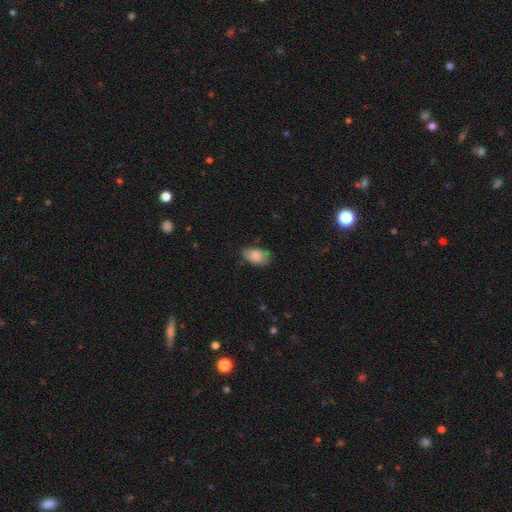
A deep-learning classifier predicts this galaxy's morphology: smooth-or-featured: smooth: 85% | featured or disk: 8% | star or artifact: 7%
  how-rounded: in between: 92% | round: 7% | cigar-shaped: 2%
  merging: none: 73% | minor disturbance: 22% | major disturbance: 4% | merger: 1%